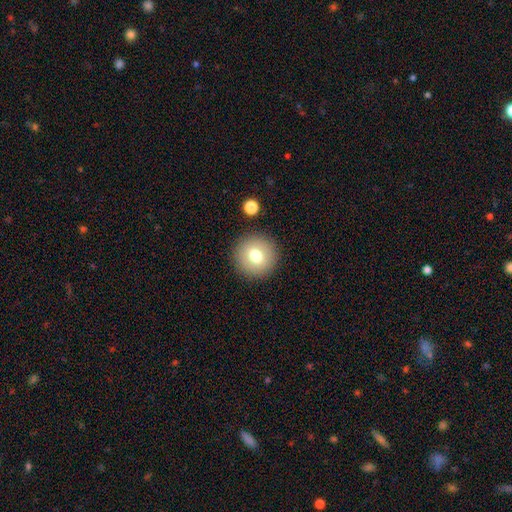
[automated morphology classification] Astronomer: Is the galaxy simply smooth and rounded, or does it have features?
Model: smooth — 75%.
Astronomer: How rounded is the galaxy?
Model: round — 94%.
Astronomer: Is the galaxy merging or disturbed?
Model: none — 89%.